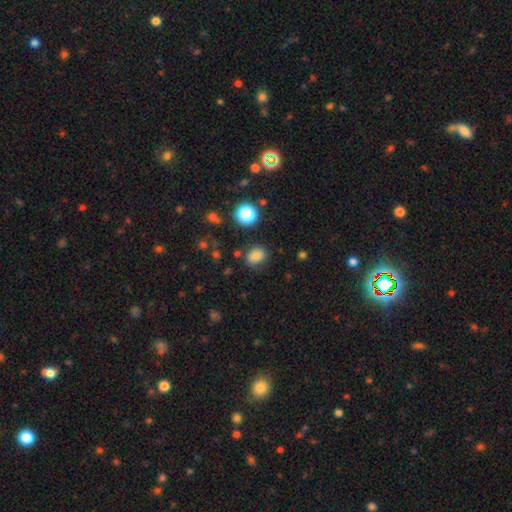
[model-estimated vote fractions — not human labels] Smooth or featured? smooth (78%)
How rounded? in between (59%)
Merging? none (79%)